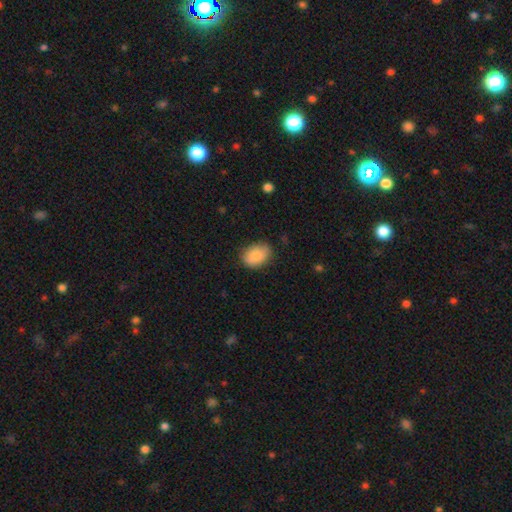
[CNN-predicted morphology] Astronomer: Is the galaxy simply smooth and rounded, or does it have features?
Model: smooth — 87%.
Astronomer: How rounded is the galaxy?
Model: in between — 77%.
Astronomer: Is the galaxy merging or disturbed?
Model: none — 80%.